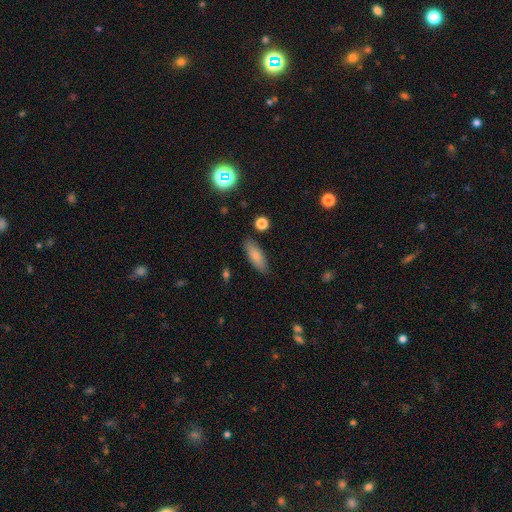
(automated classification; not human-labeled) A smooth galaxy with no disk features (79%) that is in between round and cigar-shaped (62%). Merging: none (85%).